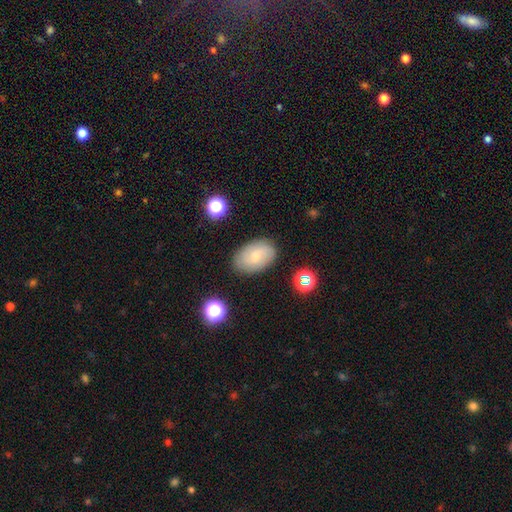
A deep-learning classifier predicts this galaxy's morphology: smooth-or-featured: smooth: 49% | featured or disk: 42% | star or artifact: 9%
  merging: none: 82% | minor disturbance: 13% | major disturbance: 3% | merger: 2%